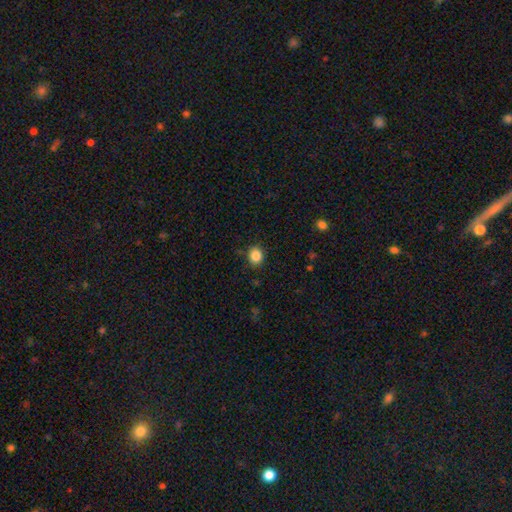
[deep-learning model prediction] Smooth or featured? Predicted: smooth (p=0.86). How rounded? Predicted: round (p=0.72). Merging? Predicted: none (p=0.87).